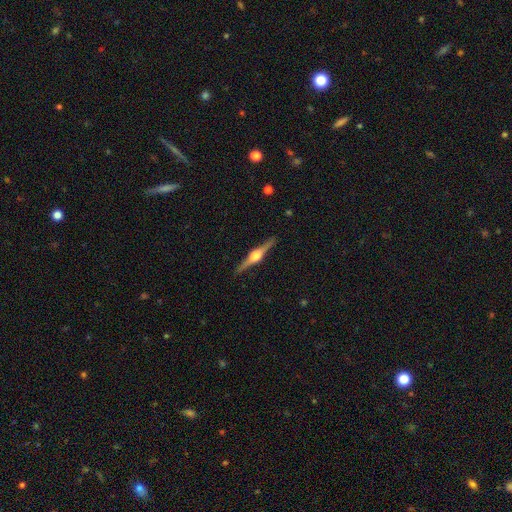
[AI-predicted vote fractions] Morphology: type=featured or disk (86%); edge-on=yes (98%); edge-on bulge=rounded (94%); merging=none (92%).